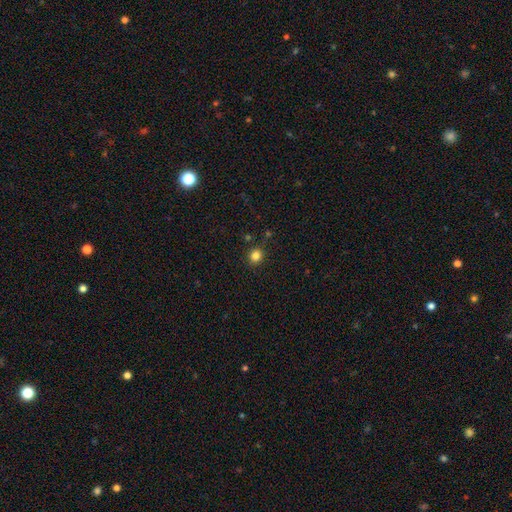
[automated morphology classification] smooth-or-featured: smooth: 83% | star or artifact: 13% | featured or disk: 4%
  how-rounded: round: 87% | in between: 12% | cigar-shaped: 1%
  merging: none: 87% | minor disturbance: 8% | merger: 3% | major disturbance: 2%